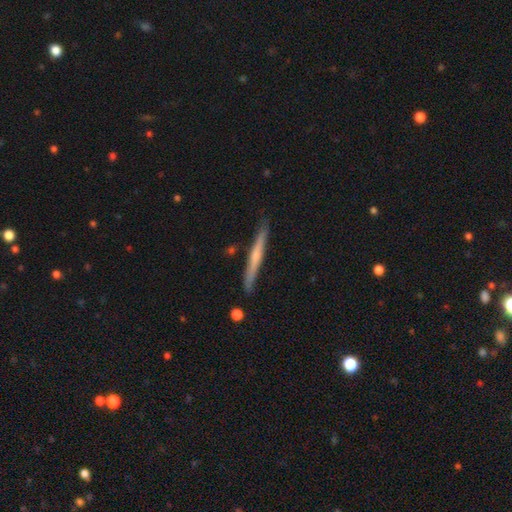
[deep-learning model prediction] Smooth or featured? Predicted: featured or disk (p=0.52). Edge-on disk? Predicted: yes (p=0.97). Edge-on bulge? Predicted: none (p=0.53). Merging? Predicted: none (p=0.87).